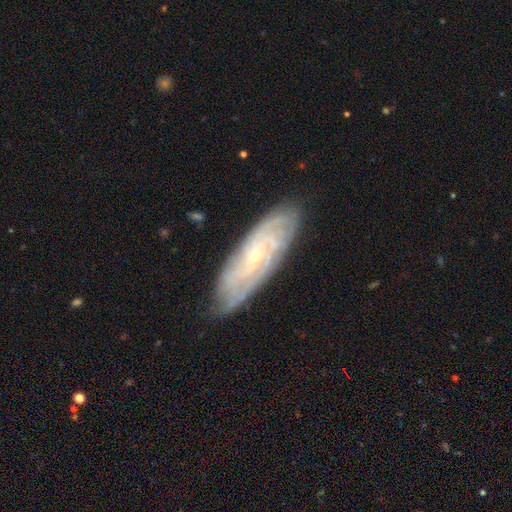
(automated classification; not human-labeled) Overall: featured or disk (83%). Edge-on disk: no (86%). Bar: no (63%; weak 29%). Spiral arms: yes (95%). Spiral arm count: can't tell (39%; 4 18%). Spiral winding: tight (70%). Bulge size: small (77%). Merging: none (80%).